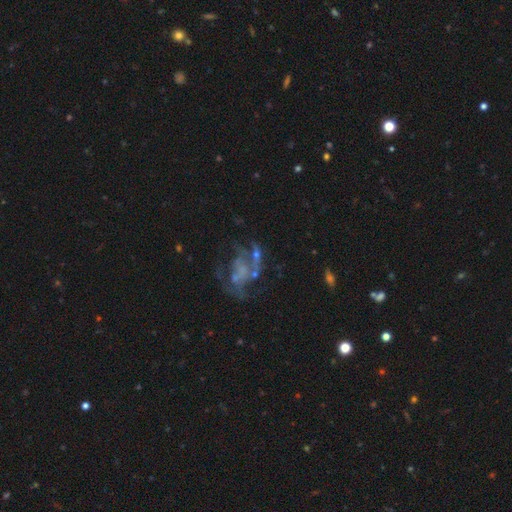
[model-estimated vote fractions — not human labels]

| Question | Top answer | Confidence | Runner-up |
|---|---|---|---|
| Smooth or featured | featured or disk | 68% | star or artifact (18%) |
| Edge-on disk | no | 97% | yes (3%) |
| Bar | no | 76% | weak (18%) |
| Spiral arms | no | 51% | yes (49%) |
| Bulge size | none | 63% | small (21%) |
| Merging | major disturbance | 37% | none (36%) |